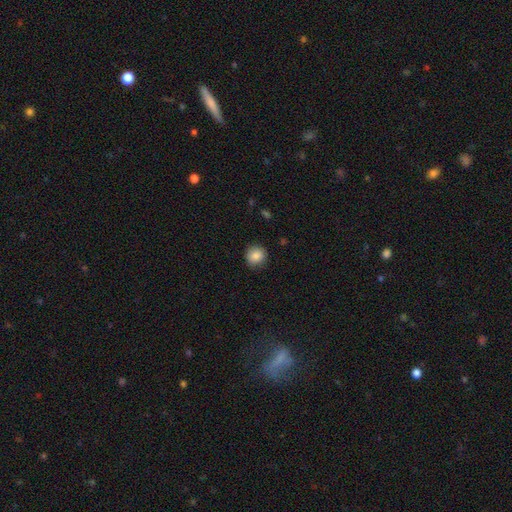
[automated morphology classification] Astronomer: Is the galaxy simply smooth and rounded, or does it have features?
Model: smooth — 85%.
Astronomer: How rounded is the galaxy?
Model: round — 90%.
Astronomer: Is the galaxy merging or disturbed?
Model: none — 88%.